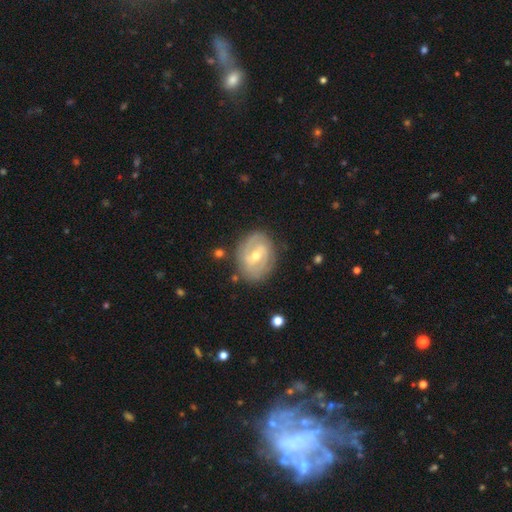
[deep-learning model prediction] Smooth or featured?
  - featured or disk: 78% *
  - smooth: 16%
  - star or artifact: 5%
Edge-on disk?
  - no: 96% *
  - yes: 4%
Bar?
  - weak: 53% *
  - no: 26%
  - strong: 22%
Spiral arms?
  - yes: 85% *
  - no: 15%
Spiral winding?
  - tight: 58% *
  - medium: 32%
  - loose: 10%
Spiral arm count?
  - 2: 61% *
  - can't tell: 22%
  - 3: 9%
  - 1: 4%
  - 4: 2%
  - more than 4: 2%
Bulge size?
  - moderate: 60% *
  - small: 36%
  - large: 2%
  - none: 1%
  - dominant: 1%
Merging?
  - none: 78% *
  - minor disturbance: 15%
  - major disturbance: 5%
  - merger: 2%